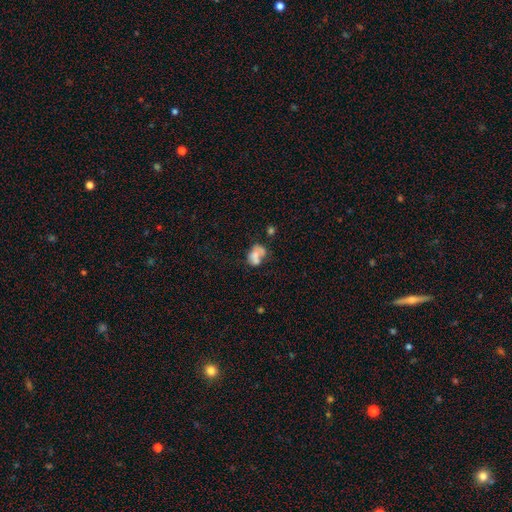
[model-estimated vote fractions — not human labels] A smooth galaxy with no disk features (63%) that is in between round and cigar-shaped (72%). Merging: merger (39%).